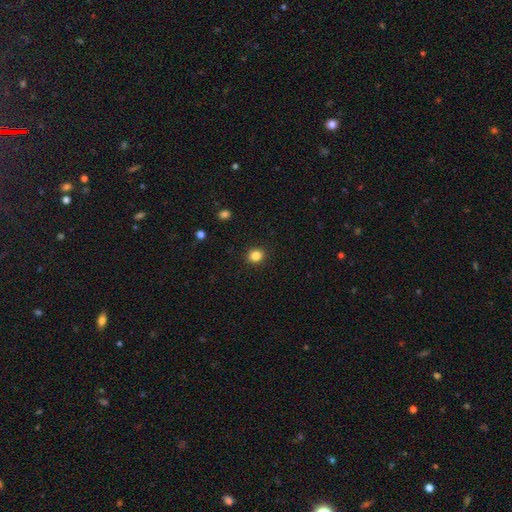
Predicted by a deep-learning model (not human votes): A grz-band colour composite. It shows a smooth galaxy with no disk features (84%) that is round (84%). Merging: none (92%).